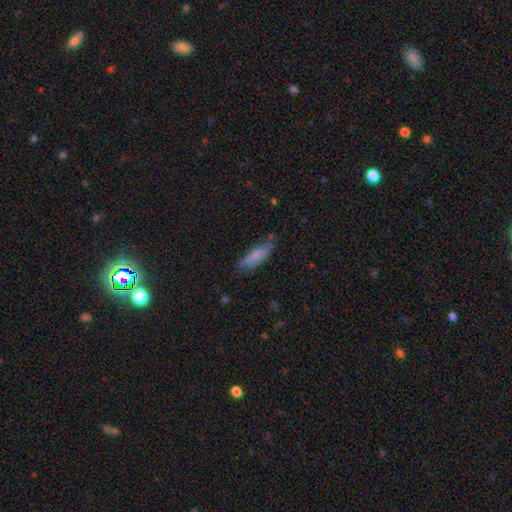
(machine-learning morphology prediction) The model was most divided on "how rounded": cigar-shaped: 56%, in between: 42%, round: 2%. More confident: smooth or featured — smooth (71%); merging — none (67%).